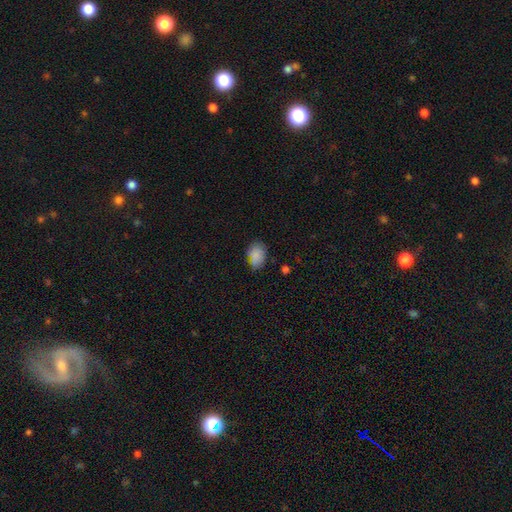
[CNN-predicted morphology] smooth_or_featured: smooth (p=0.84) [alt: star or artifact p=0.10]
how_rounded: in between (p=0.80) [alt: round p=0.18]
merging: none (p=0.67) [alt: minor disturbance p=0.25]